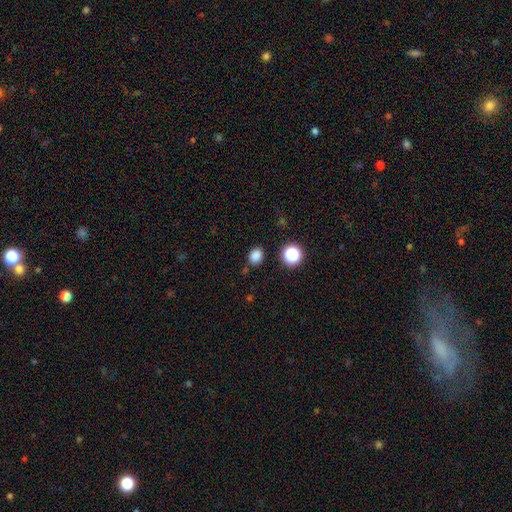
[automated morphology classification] smooth_or_featured: smooth (p=0.82) [alt: star or artifact p=0.15]
how_rounded: round (p=0.58) [alt: in between p=0.41]
merging: none (p=0.83) [alt: minor disturbance p=0.11]